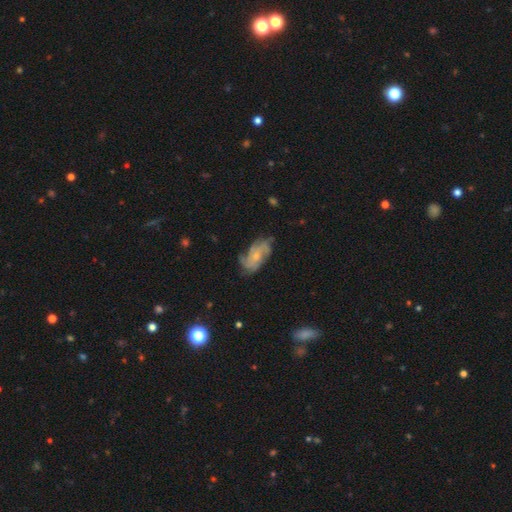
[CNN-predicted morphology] A featured or disk galaxy (73%) with no bar (74%), medium (43%) spiral arms (91%) and a small central bulge (60%).

Vote fractions:
- Smooth or featured? featured or disk: 73% / smooth: 20% / star or artifact: 7%
- Edge-on disk? no: 96% / yes: 4%
- Bar? no: 74% / weak: 22% / strong: 4%
- Spiral arms? yes: 91% / no: 9%
- Spiral winding? medium: 43% / tight: 38% / loose: 20%
- Spiral arm count? can't tell: 28% / 3: 26% / 2: 18% / 4: 17% / more than 4: 6% / 1: 5%
- Bulge size? small: 60% / moderate: 33% / none: 4% / large: 2% / dominant: 1%
- Merging? none: 64% / minor disturbance: 23% / major disturbance: 11% / merger: 2%